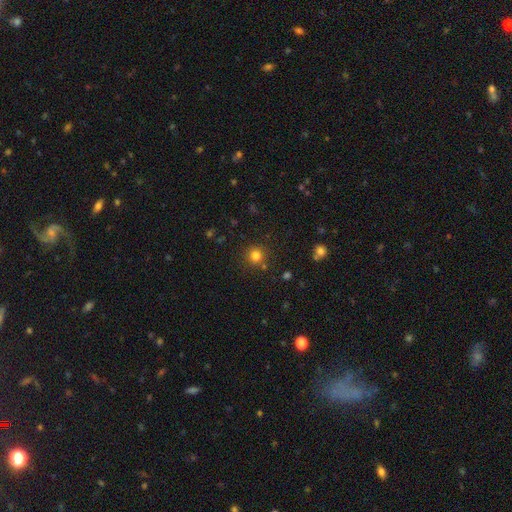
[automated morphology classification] Smooth or featured? smooth (79%)
How rounded? round (93%)
Merging? none (84%)